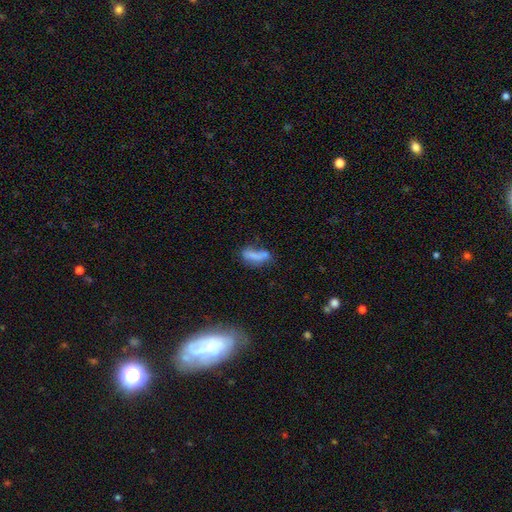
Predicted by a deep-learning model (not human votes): Morphology: type=smooth (67%); roundness=in between (63%); merging=none (35%).